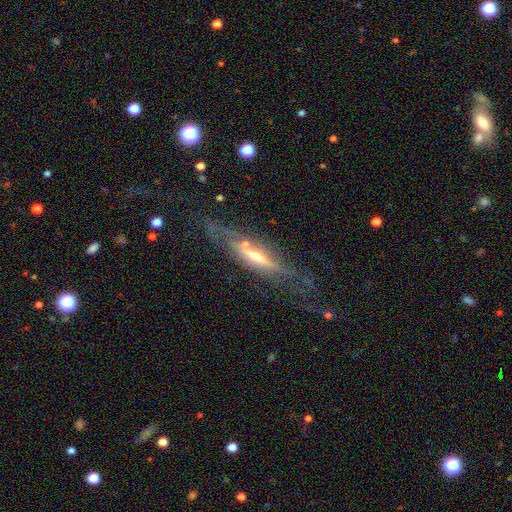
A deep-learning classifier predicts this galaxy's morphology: Smooth or featured?
  - featured or disk: 76% *
  - smooth: 18%
  - star or artifact: 7%
Edge-on disk?
  - yes: 80% *
  - no: 20%
Edge-on bulge?
  - rounded: 82% *
  - none: 11%
  - boxy: 7%
Merging?
  - none: 59% *
  - minor disturbance: 22%
  - major disturbance: 15%
  - merger: 5%